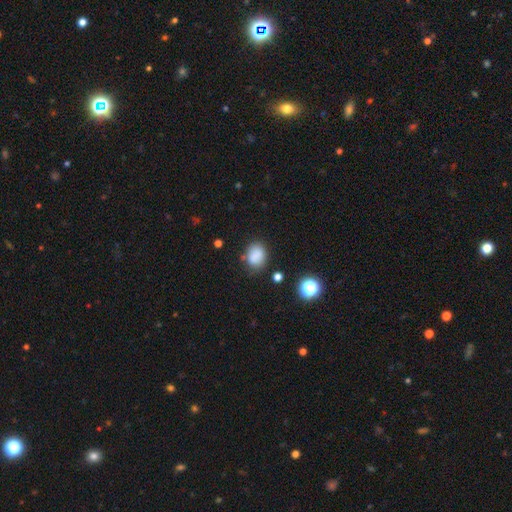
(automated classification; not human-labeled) The model was most divided on "how rounded": in between: 55%, round: 44%, cigar-shaped: 1%. More confident: smooth or featured — smooth (83%); merging — none (73%).